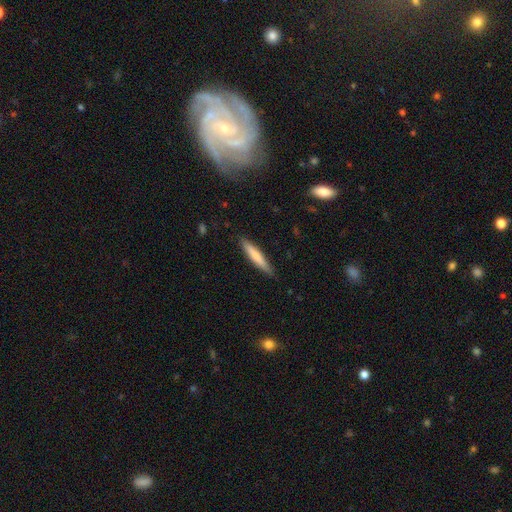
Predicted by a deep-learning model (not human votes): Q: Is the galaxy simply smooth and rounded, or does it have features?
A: smooth — 74%.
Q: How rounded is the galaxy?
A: cigar-shaped — 91%.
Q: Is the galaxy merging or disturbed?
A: none — 87%.